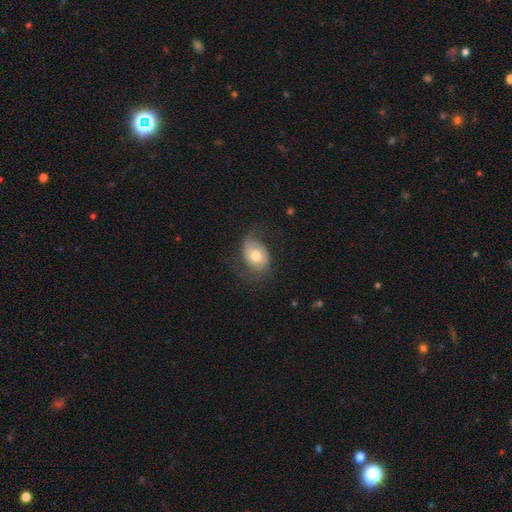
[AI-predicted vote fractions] smooth 57%, featured or disk 35%, star or artifact 8%. Down the decision tree: how rounded — in between (69%); merging — none (51%).